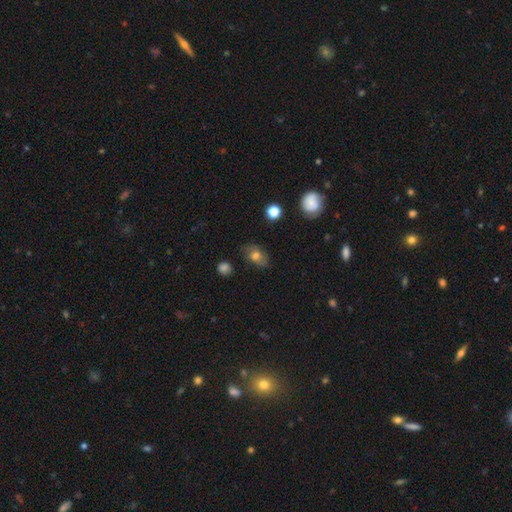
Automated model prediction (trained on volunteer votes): This is likely a smooth galaxy (64%). How rounded: likely in between (79%). Merging: likely none (69%).